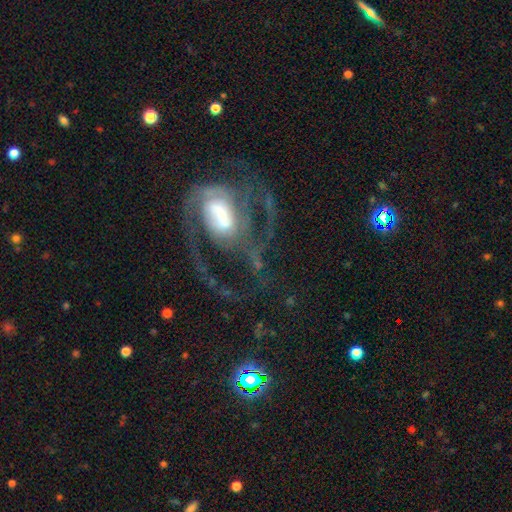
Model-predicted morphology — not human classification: A featured or disk galaxy (84%) with a weak bar (43%), 2 (34%) medium (47%) spiral arms (90%) and a moderate central bulge (38%).

Vote fractions:
- Smooth or featured? featured or disk: 84% / star or artifact: 8% / smooth: 8%
- Edge-on disk? no: 97% / yes: 3%
- Bar? weak: 43% / no: 36% / strong: 21%
- Spiral arms? yes: 90% / no: 10%
- Spiral winding? medium: 47% / tight: 31% / loose: 22%
- Spiral arm count? 2: 34% / can't tell: 24% / 3: 16% / 1: 13% / 4: 7% / more than 4: 6%
- Bulge size? moderate: 38% / large: 27% / small: 23% / none: 8% / dominant: 4%
- Merging? none: 41% / major disturbance: 40% / minor disturbance: 15% / merger: 3%